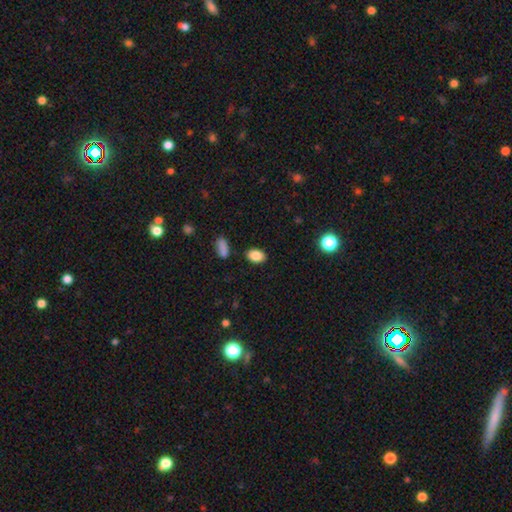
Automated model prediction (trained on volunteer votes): Smooth or featured?
  - smooth: 86% *
  - star or artifact: 8%
  - featured or disk: 6%
How rounded?
  - in between: 86% *
  - round: 12%
  - cigar-shaped: 1%
Merging?
  - none: 86% *
  - minor disturbance: 9%
  - merger: 3%
  - major disturbance: 2%